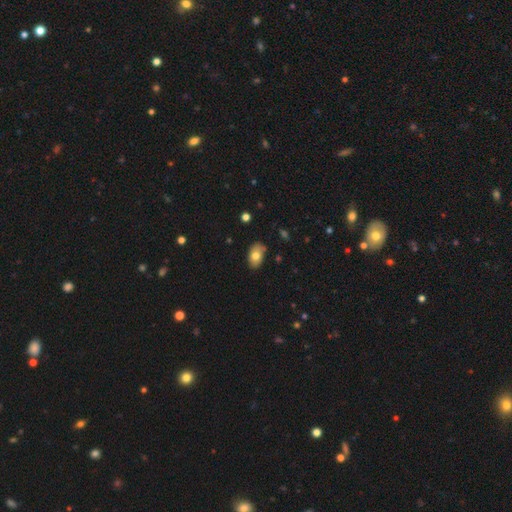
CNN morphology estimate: The model was most divided on "smooth or featured": smooth: 74%, featured or disk: 18%, star or artifact: 8%. More confident: how rounded — in between (89%); merging — none (76%).